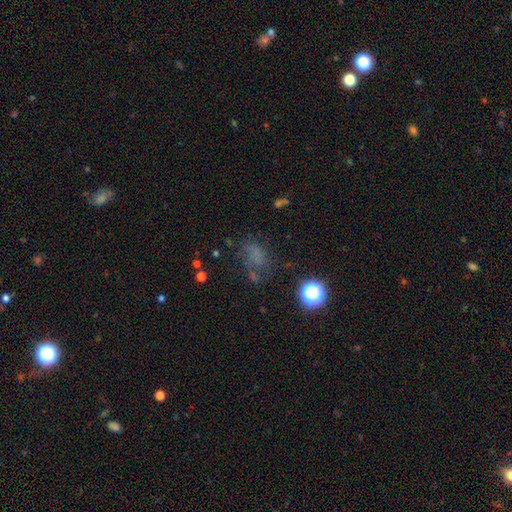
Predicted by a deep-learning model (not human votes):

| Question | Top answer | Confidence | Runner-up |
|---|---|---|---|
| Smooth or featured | smooth | 44% | star or artifact (31%) |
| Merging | none | 47% | major disturbance (24%) |